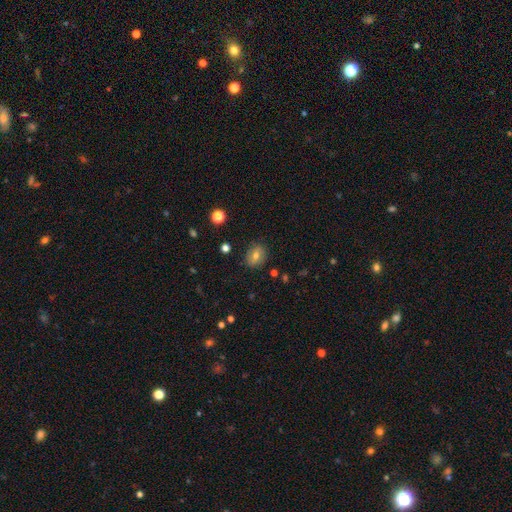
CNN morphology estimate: Q: Smooth or featured?
A: smooth (69%); runner-up: featured or disk (20%)
Q: How rounded?
A: in between (50%); runner-up: round (49%)
Q: Merging?
A: none (85%); runner-up: minor disturbance (11%)